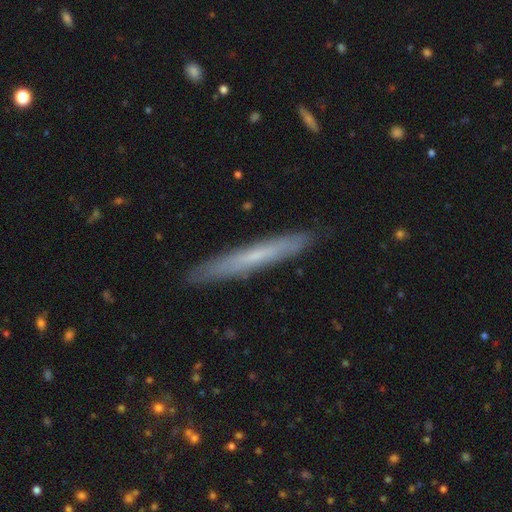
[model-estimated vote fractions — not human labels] smooth_or_featured: smooth (p=0.49) [alt: featured or disk p=0.45]
merging: none (p=0.89) [alt: minor disturbance p=0.08]